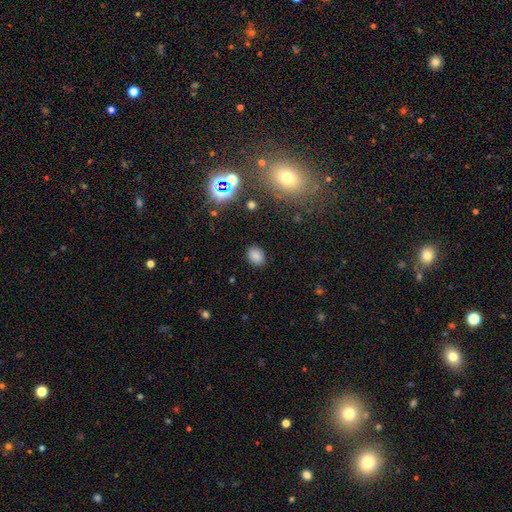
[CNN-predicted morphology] Smooth or featured?
  - smooth: 80% *
  - star or artifact: 14%
  - featured or disk: 5%
How rounded?
  - in between: 62% *
  - round: 37%
  - cigar-shaped: 1%
Merging?
  - none: 88% *
  - minor disturbance: 9%
  - major disturbance: 3%
  - merger: 1%